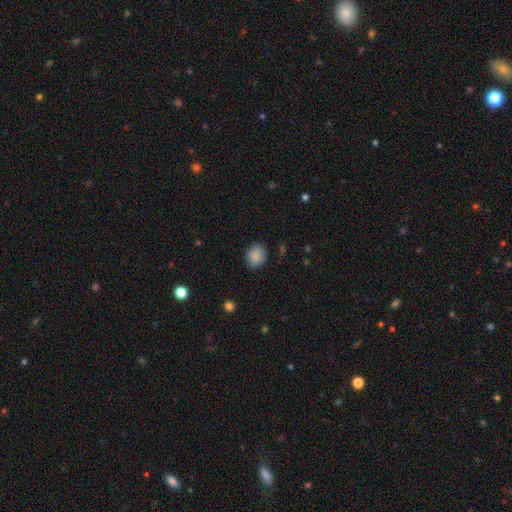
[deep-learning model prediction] This appears to be a smooth galaxy with no disk features (88%) that is round (74%). Merging: none (87%).